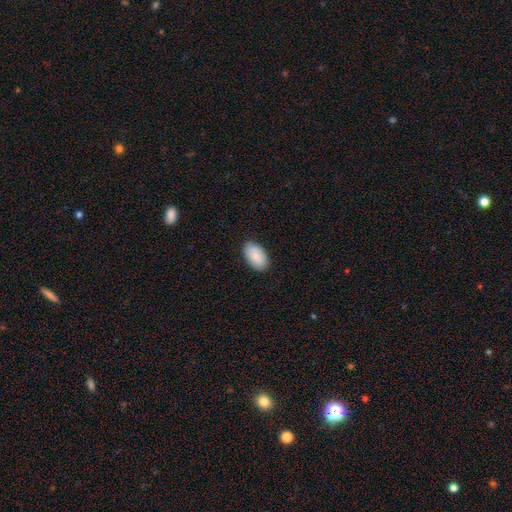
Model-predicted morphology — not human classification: smooth-or-featured: smooth: 82% | featured or disk: 11% | star or artifact: 6%
  how-rounded: in between: 94% | round: 5% | cigar-shaped: 1%
  merging: none: 86% | minor disturbance: 11% | major disturbance: 2% | merger: 1%